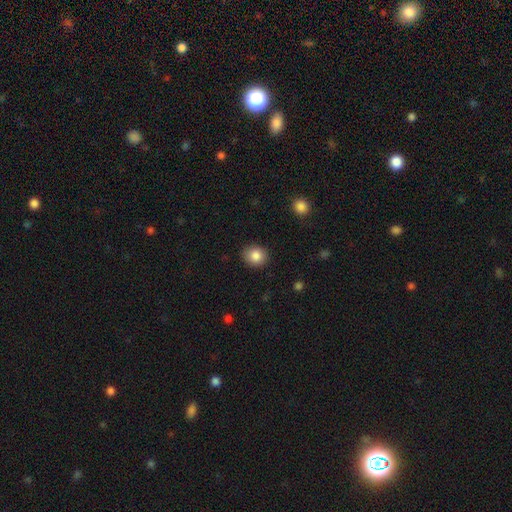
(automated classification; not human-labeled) A smooth galaxy with no disk features (85%) that is round (72%).

Vote fractions:
- Smooth or featured? smooth: 85% / star or artifact: 9% / featured or disk: 6%
- How rounded? round: 72% / in between: 27% / cigar-shaped: 1%
- Merging? none: 89% / minor disturbance: 8% / major disturbance: 2% / merger: 1%